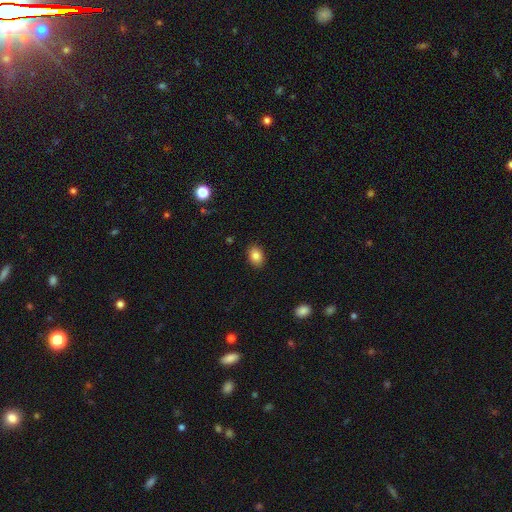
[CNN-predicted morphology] A smooth galaxy with no disk features (84%) that is in between round and cigar-shaped (79%). Merging: none (88%).